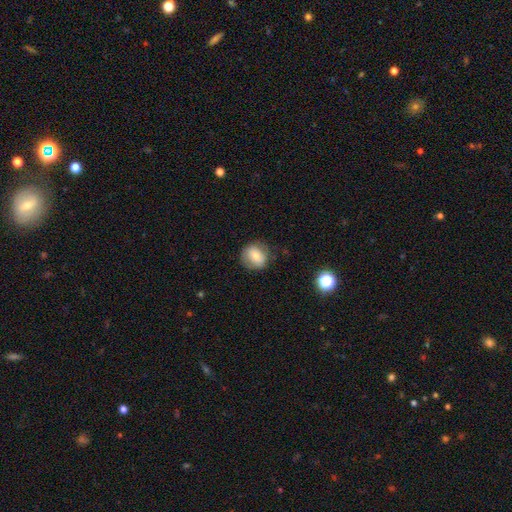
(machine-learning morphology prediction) A smooth galaxy with no disk features (63%) that is round (75%). Merging: none (74%).